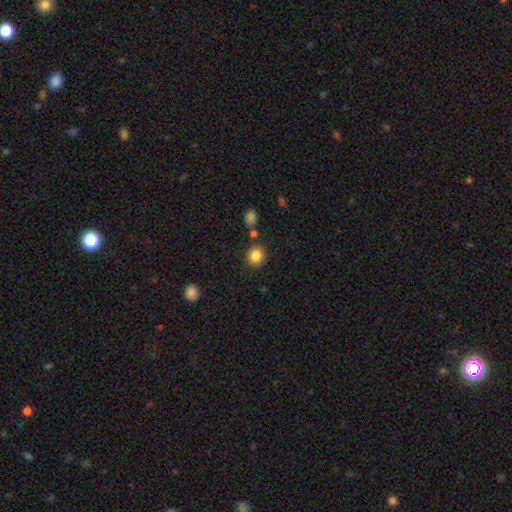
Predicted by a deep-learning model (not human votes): Q: Smooth or featured?
A: smooth (85%); runner-up: star or artifact (10%)
Q: How rounded?
A: round (76%); runner-up: in between (24%)
Q: Merging?
A: none (80%); runner-up: minor disturbance (10%)